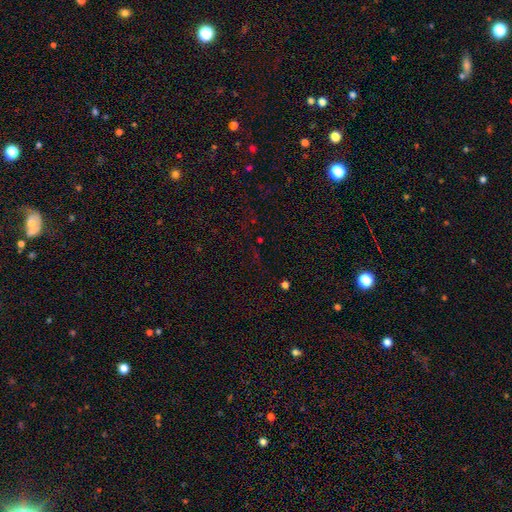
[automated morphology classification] Smooth or featured?
  - star or artifact: 69% *
  - smooth: 23%
  - featured or disk: 8%